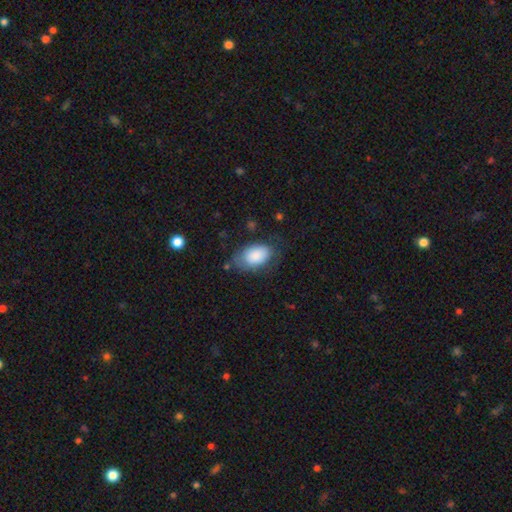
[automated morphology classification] Smooth or featured? Predicted: smooth (p=0.83). How rounded? Predicted: in between (p=0.91). Merging? Predicted: none (p=0.62).